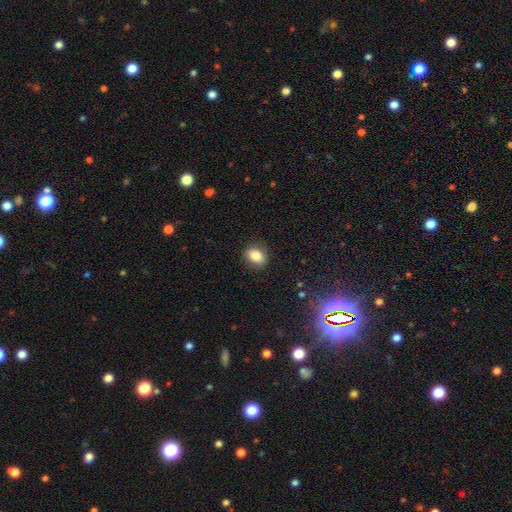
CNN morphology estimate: smooth_or_featured: smooth (p=0.83) [alt: star or artifact p=0.09]
how_rounded: in between (p=0.60) [alt: round p=0.39]
merging: none (p=0.85) [alt: minor disturbance p=0.11]